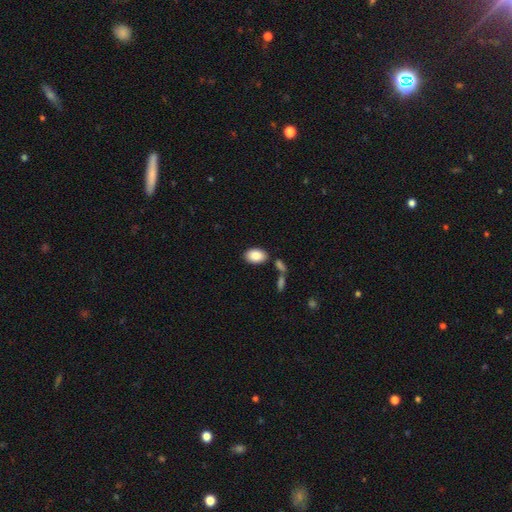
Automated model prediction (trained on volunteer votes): A smooth galaxy with no disk features (86%) that is in between round and cigar-shaped (89%).

Vote fractions:
- Smooth or featured? smooth: 86% / featured or disk: 7% / star or artifact: 7%
- How rounded? in between: 89% / round: 10% / cigar-shaped: 1%
- Merging? none: 79% / minor disturbance: 10% / merger: 8% / major disturbance: 3%